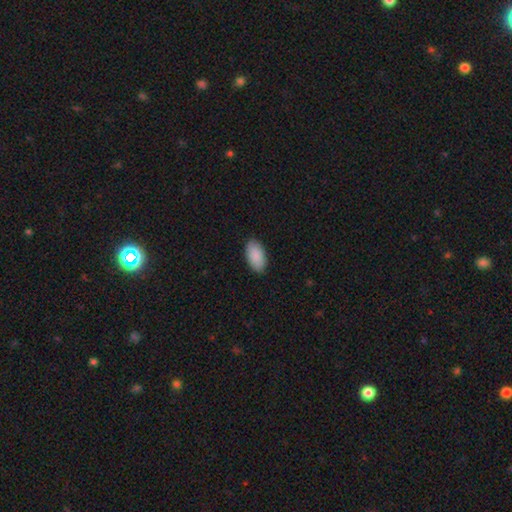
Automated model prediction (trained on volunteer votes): smooth 91%, star or artifact 6%, featured or disk 4%. Down the decision tree: how rounded — in between (96%); merging — none (89%).